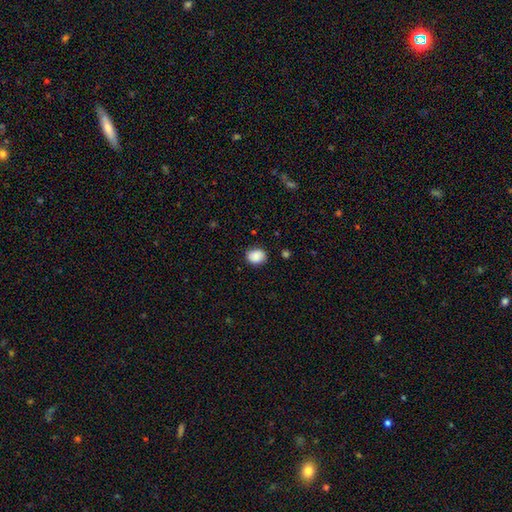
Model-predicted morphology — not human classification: type=smooth (88%); roundness=in between (50%); merging=none (86%).